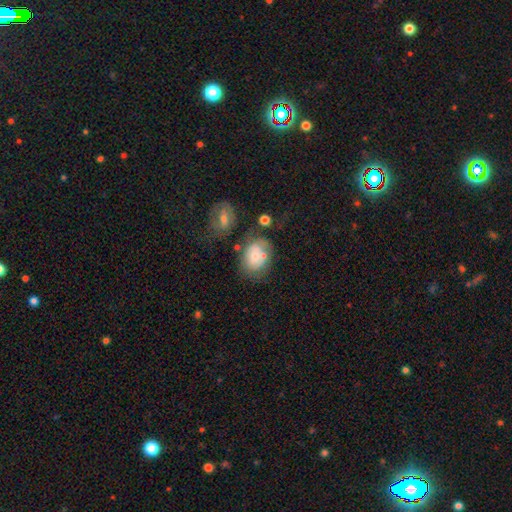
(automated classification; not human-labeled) smooth_or_featured: smooth (p=0.62) [alt: featured or disk p=0.30]
how_rounded: in between (p=0.70) [alt: round p=0.29]
merging: none (p=0.45) [alt: minor disturbance p=0.22]